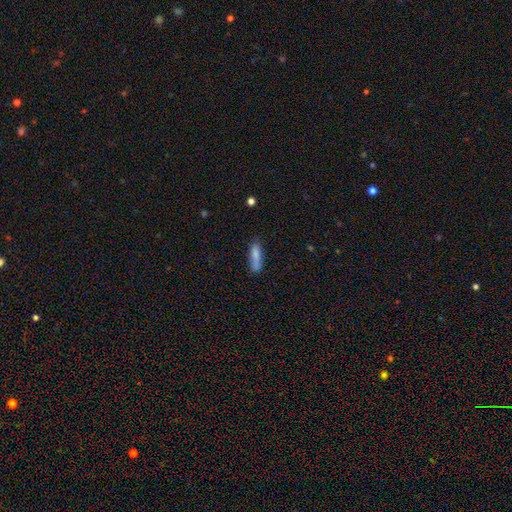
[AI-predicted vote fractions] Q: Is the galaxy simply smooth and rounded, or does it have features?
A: smooth — 79%.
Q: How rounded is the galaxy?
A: cigar-shaped — 66%.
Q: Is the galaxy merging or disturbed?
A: none — 70%.